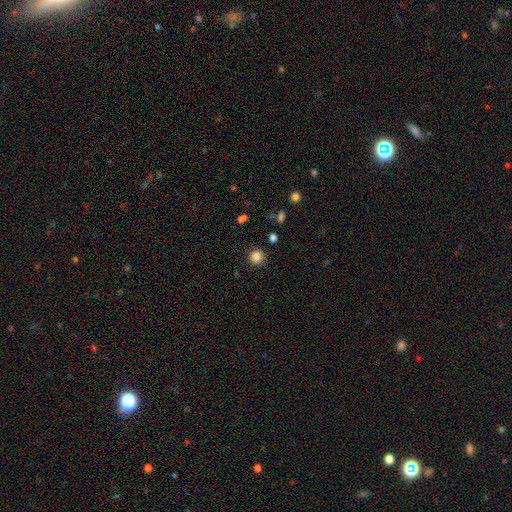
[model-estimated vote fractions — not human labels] The model was most divided on "smooth or featured": smooth: 85%, star or artifact: 11%, featured or disk: 4%. More confident: how rounded — round (92%); merging — none (89%).